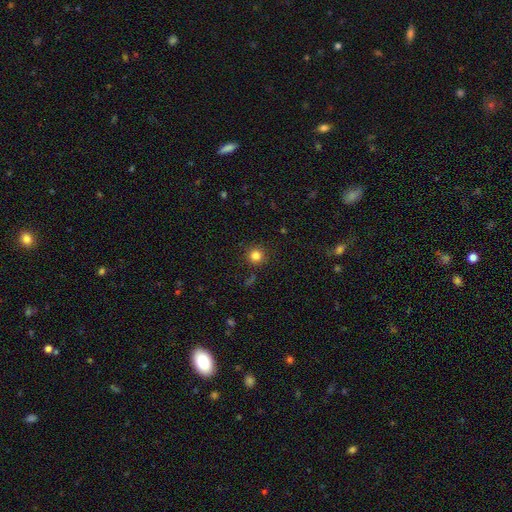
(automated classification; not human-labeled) Smooth or featured? Predicted: smooth (p=0.82). How rounded? Predicted: round (p=0.94). Merging? Predicted: none (p=0.89).